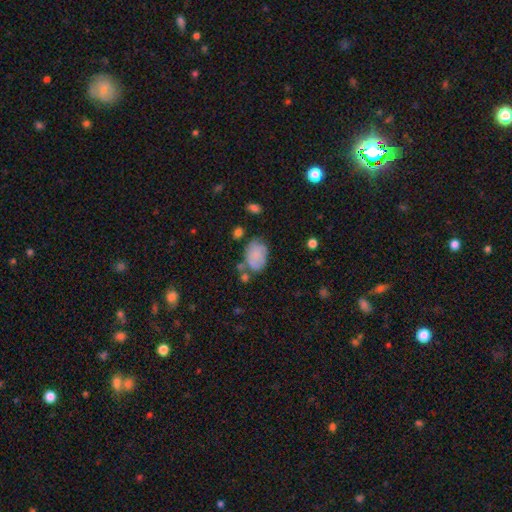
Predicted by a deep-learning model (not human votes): Smooth or featured? Predicted: smooth (p=0.75). How rounded? Predicted: in between (p=0.78). Merging? Predicted: none (p=0.48).